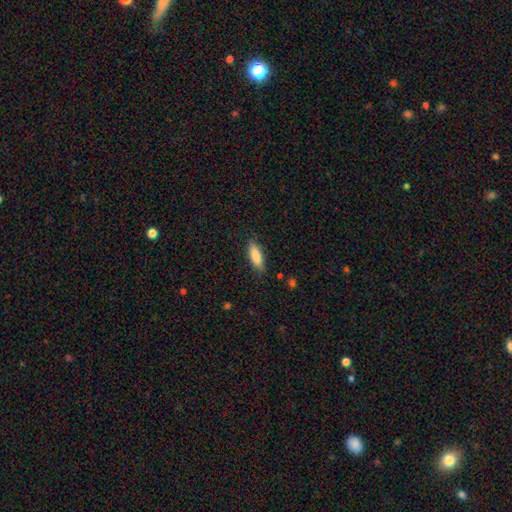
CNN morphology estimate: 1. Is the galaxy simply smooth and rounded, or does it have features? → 83% smooth, 11% featured or disk, 6% star or artifact.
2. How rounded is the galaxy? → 61% in between, 37% cigar-shaped, 2% round.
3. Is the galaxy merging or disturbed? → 83% none, 13% minor disturbance, 3% major disturbance, 1% merger.